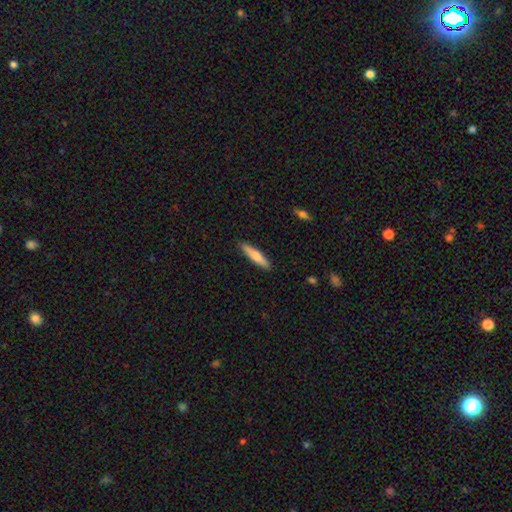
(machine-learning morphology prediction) This is likely a smooth galaxy (69%). How rounded: clearly cigar-shaped (83%). Merging: clearly none (90%).